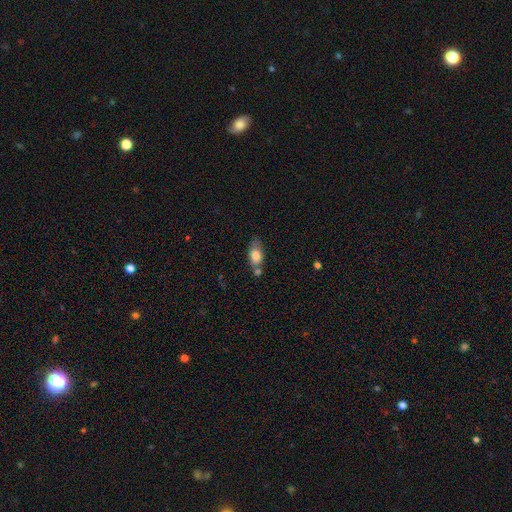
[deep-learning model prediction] Overall: smooth (77%). How rounded: in between (84%). Merging: none (47%; merger 24%).